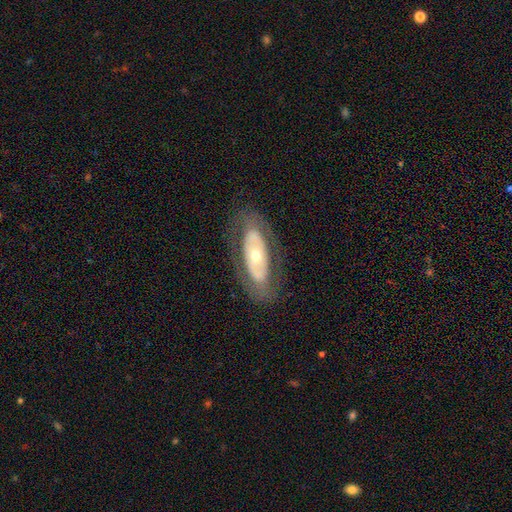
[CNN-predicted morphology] Smooth or featured: featured or disk — 63% (smooth — 31%)
Edge-on disk: no — 86% (yes — 14%)
Bar: no — 84% (weak — 9%)
Spiral arms: no — 78% (yes — 22%)
Bulge size: moderate — 55% (small — 38%)
Merging: none — 77% (minor disturbance — 13%)